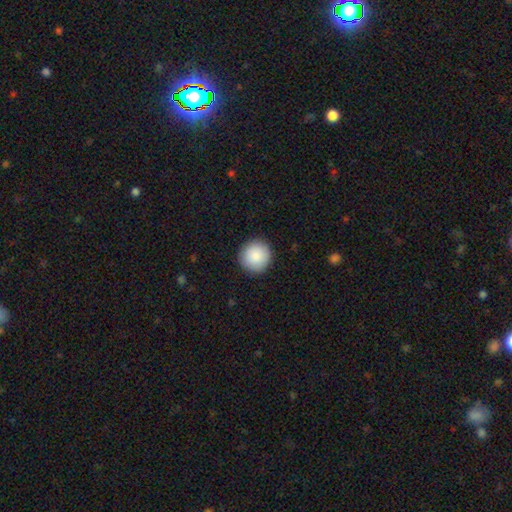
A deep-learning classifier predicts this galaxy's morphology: A smooth galaxy with no disk features (88%) that is round (95%).

Vote fractions:
- Smooth or featured? smooth: 88% / star or artifact: 7% / featured or disk: 5%
- How rounded? round: 95% / in between: 4% / cigar-shaped: 1%
- Merging? none: 92% / minor disturbance: 6% / major disturbance: 2% / merger: 1%